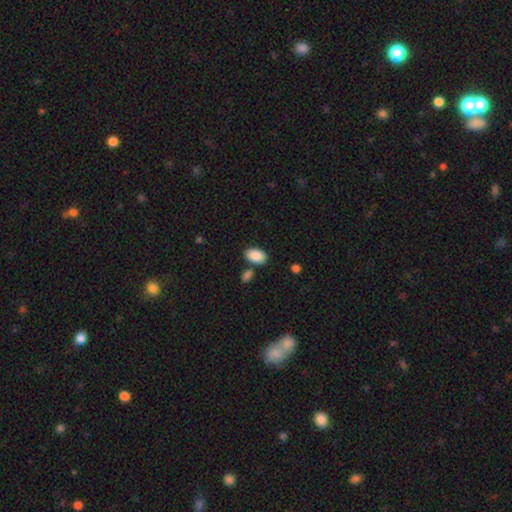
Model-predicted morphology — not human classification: A smooth galaxy with no disk features (89%) that is in between round and cigar-shaped (93%). Merging: none (76%).